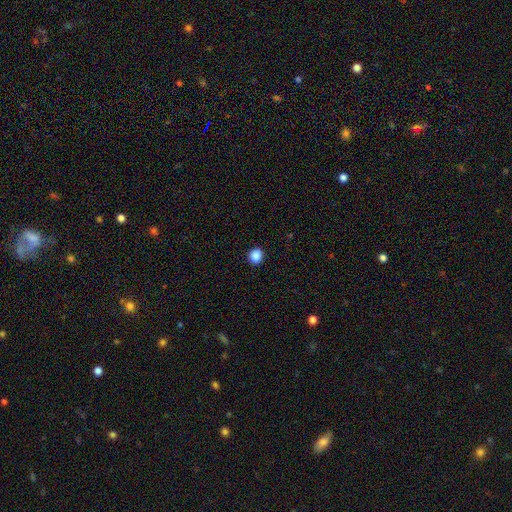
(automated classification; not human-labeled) smooth_or_featured: smooth (p=0.88) [alt: star or artifact p=0.10]
how_rounded: round (p=0.80) [alt: in between p=0.19]
merging: none (p=0.90) [alt: minor disturbance p=0.07]